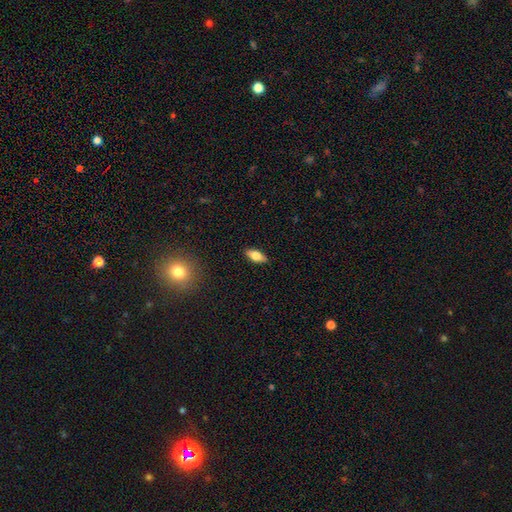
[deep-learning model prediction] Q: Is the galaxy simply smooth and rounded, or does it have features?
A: smooth — 70%.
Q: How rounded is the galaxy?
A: in between — 81%.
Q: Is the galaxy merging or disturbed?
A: none — 89%.